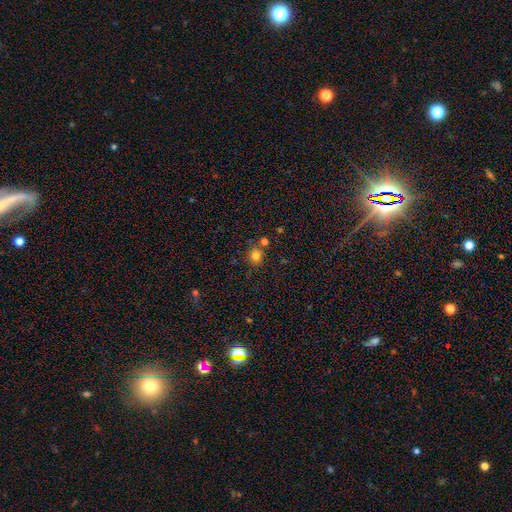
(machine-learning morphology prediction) type=smooth (78%); roundness=round (81%); merging=none (74%).